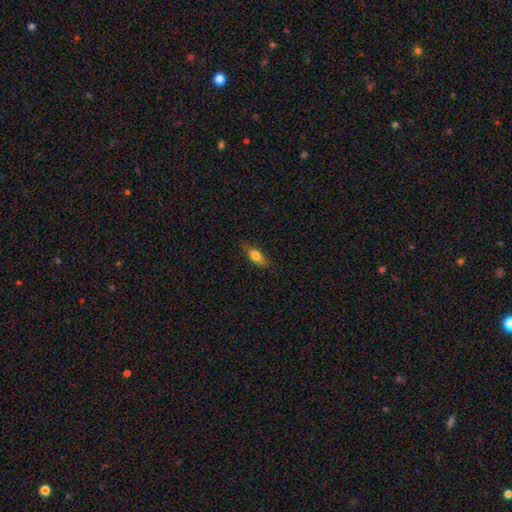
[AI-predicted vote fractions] Smooth or featured? Predicted: smooth (p=0.73). How rounded? Predicted: in between (p=0.70). Merging? Predicted: none (p=0.76).